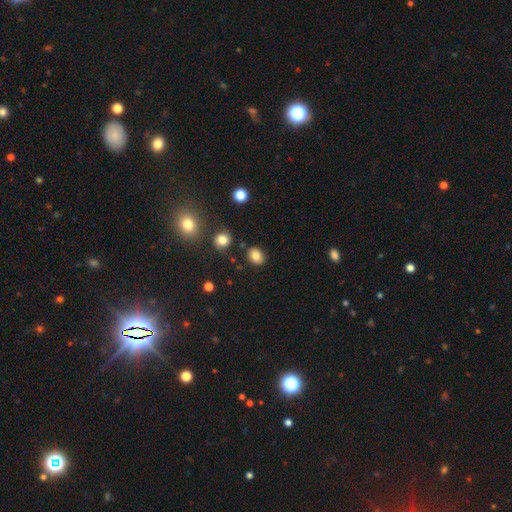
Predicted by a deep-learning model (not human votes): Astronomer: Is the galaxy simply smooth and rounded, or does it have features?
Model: smooth — 82%.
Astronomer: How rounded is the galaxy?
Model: in between — 54% (runner-up: round, 45%).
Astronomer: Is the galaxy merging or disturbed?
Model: none — 85%.